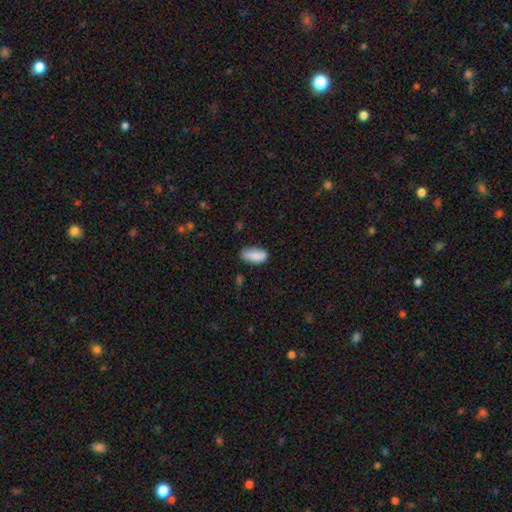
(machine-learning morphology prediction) Smooth or featured: smooth — 86% (featured or disk — 7%)
How rounded: in between — 88% (cigar-shaped — 9%)
Merging: none — 69% (minor disturbance — 24%)